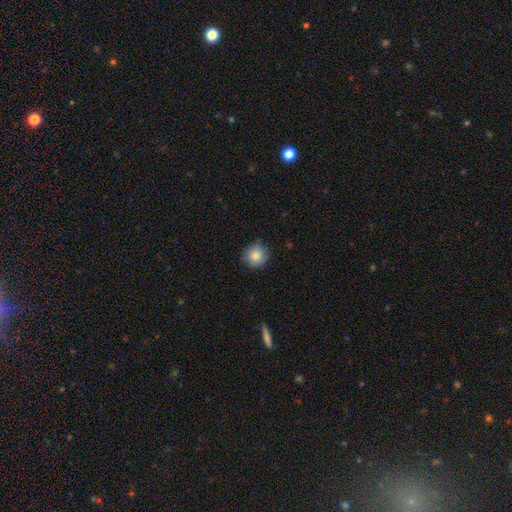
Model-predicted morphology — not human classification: Smooth or featured? smooth (84%)
How rounded? round (92%)
Merging? none (84%)